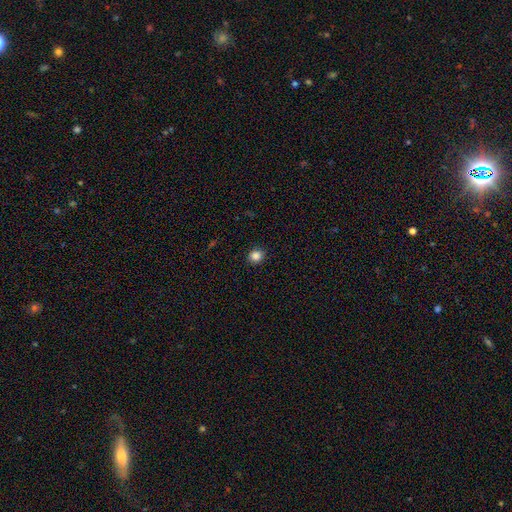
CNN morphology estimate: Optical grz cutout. It shows a smooth galaxy with no disk features (85%) that is round (82%). Merging: none (91%).